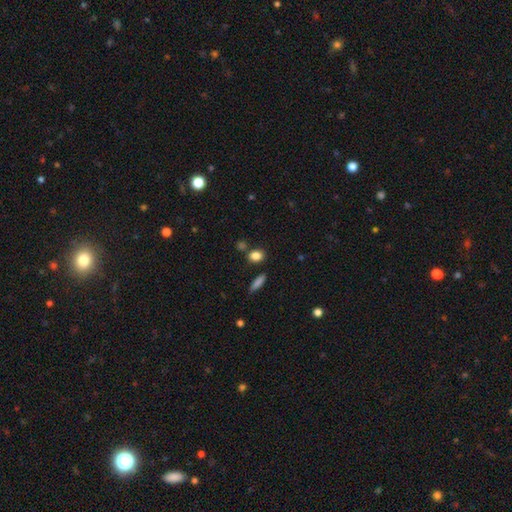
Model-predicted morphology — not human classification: Smooth or featured? smooth (85%)
How rounded? in between (57%)
Merging? none (76%)